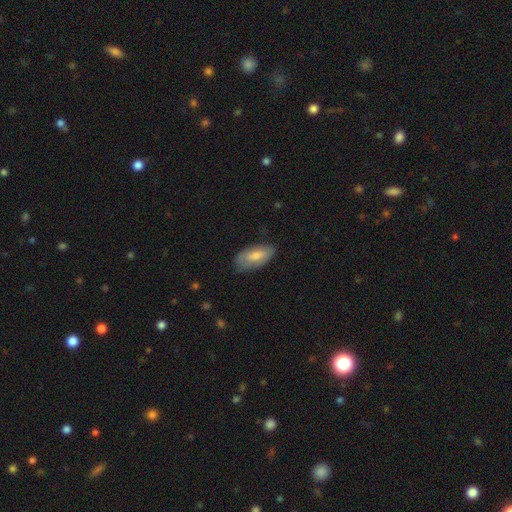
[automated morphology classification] Smooth or featured: smooth — 70% (featured or disk — 24%)
How rounded: in between — 88% (cigar-shaped — 10%)
Merging: none — 76% (minor disturbance — 19%)